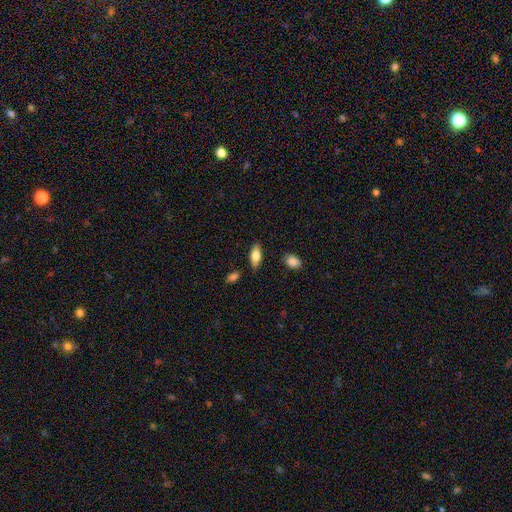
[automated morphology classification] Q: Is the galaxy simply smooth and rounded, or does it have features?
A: smooth — 75%.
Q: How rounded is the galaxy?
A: in between — 85%.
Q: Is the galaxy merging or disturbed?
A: none — 84%.